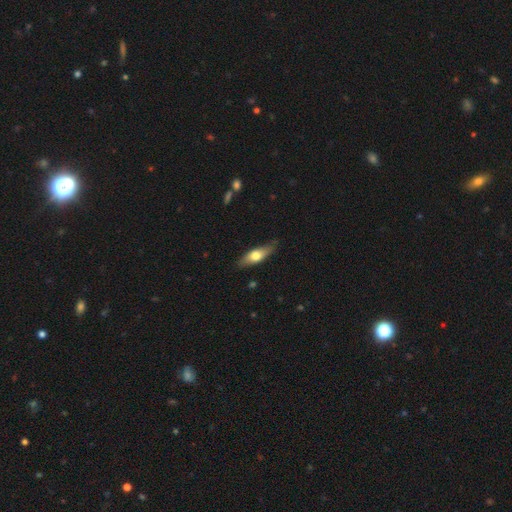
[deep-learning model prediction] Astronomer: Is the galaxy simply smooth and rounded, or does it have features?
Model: smooth — 59% (runner-up: featured or disk, 35%).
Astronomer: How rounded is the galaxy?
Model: in between — 54% (runner-up: cigar-shaped, 43%).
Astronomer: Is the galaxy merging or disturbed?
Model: none — 80%.